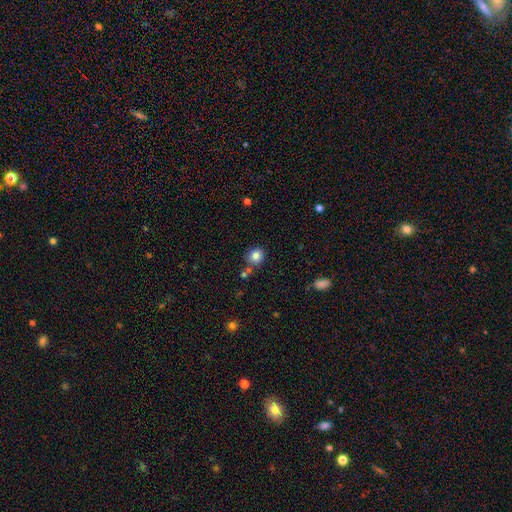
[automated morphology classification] smooth 84%, star or artifact 10%, featured or disk 6%. Down the decision tree: how rounded — round (81%); merging — none (72%).